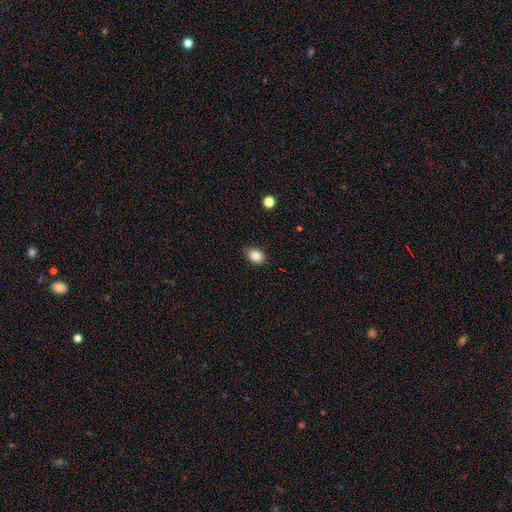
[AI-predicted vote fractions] smooth-or-featured: smooth: 85% | star or artifact: 9% | featured or disk: 6%
  how-rounded: in between: 75% | round: 24% | cigar-shaped: 1%
  merging: none: 84% | minor disturbance: 13% | major disturbance: 2% | merger: 1%